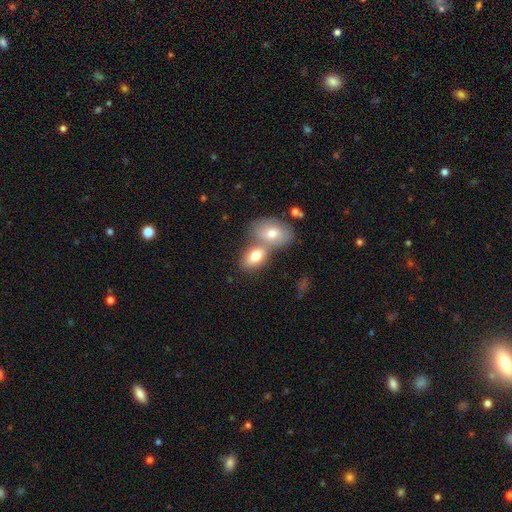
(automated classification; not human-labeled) Q: Smooth or featured?
A: smooth (75%); runner-up: featured or disk (18%)
Q: How rounded?
A: in between (88%); runner-up: round (10%)
Q: Merging?
A: merger (55%); runner-up: none (34%)